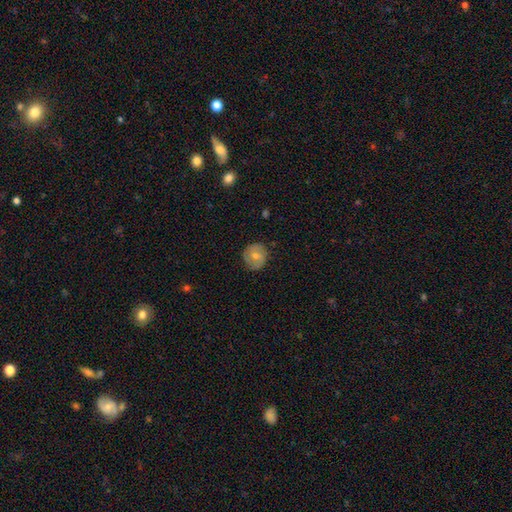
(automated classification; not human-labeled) The model was most divided on "smooth or featured": smooth: 53%, featured or disk: 40%, star or artifact: 7%. More confident: how rounded — round (87%); merging — none (80%).